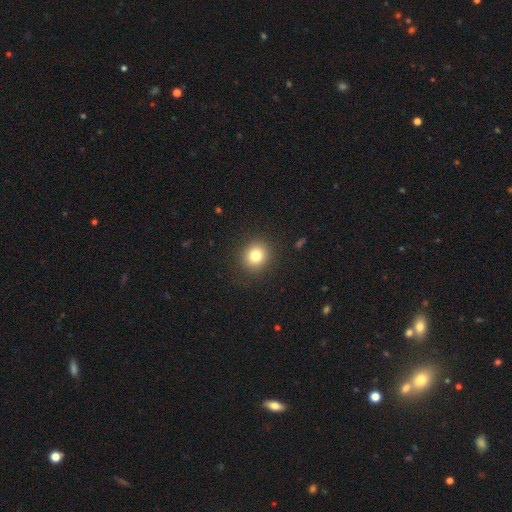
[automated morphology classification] smooth-or-featured: smooth: 80% | star or artifact: 12% | featured or disk: 8%
  how-rounded: round: 83% | in between: 16% | cigar-shaped: 1%
  merging: none: 89% | minor disturbance: 7% | major disturbance: 3% | merger: 1%